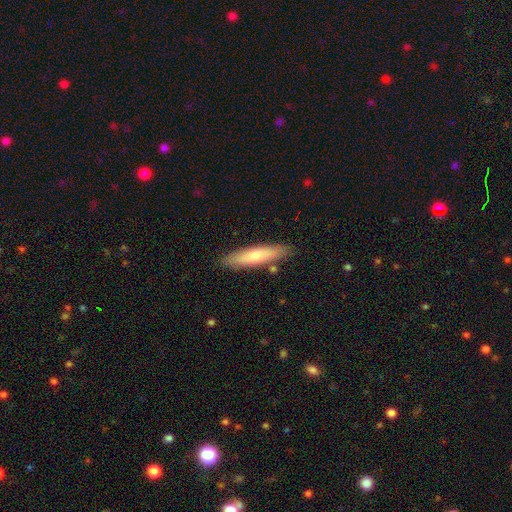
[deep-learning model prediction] A smooth galaxy with no disk features (68%) that is cigar-shaped (80%). Merging: none (85%).